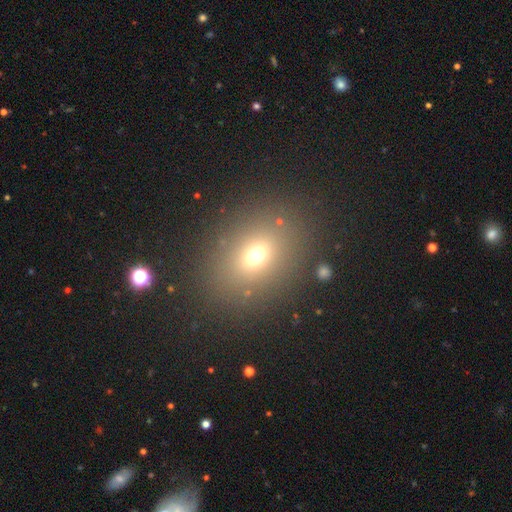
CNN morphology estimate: smooth-or-featured: smooth: 68% | star or artifact: 19% | featured or disk: 13%
  how-rounded: in between: 55% | round: 43% | cigar-shaped: 2%
  merging: none: 83% | minor disturbance: 9% | major disturbance: 5% | merger: 3%